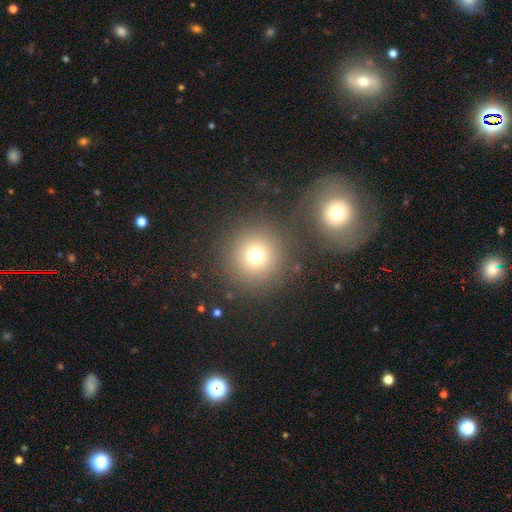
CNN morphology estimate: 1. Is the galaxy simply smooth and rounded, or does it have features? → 72% smooth, 18% star or artifact, 10% featured or disk.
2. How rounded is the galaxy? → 95% round, 4% in between, 1% cigar-shaped.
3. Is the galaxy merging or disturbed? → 82% none, 7% merger, 7% minor disturbance, 4% major disturbance.